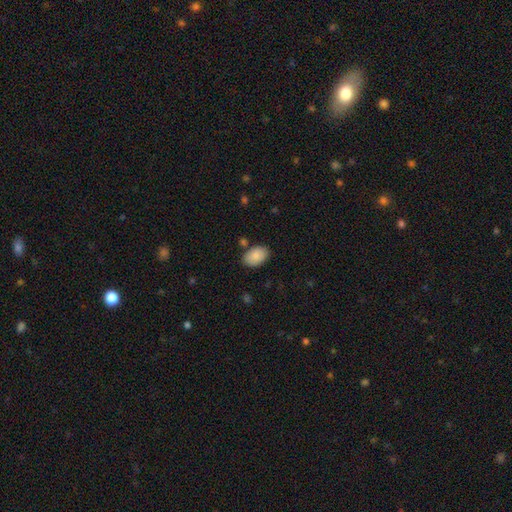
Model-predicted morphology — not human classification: Smooth or featured: smooth — 89% (star or artifact — 6%)
How rounded: in between — 91% (round — 8%)
Merging: none — 82% (minor disturbance — 12%)